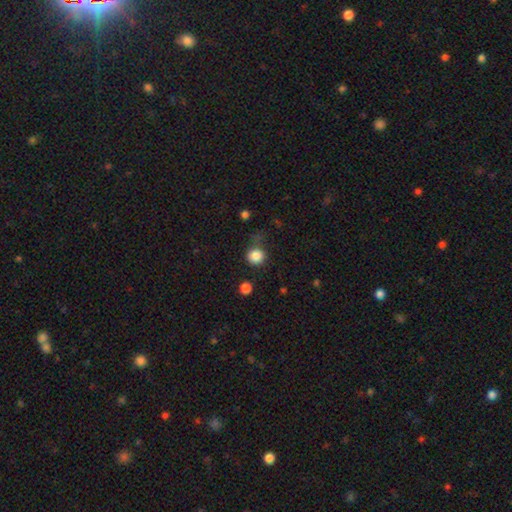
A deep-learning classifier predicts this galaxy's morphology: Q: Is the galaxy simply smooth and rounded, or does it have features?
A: smooth — 85%.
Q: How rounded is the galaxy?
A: round — 90%.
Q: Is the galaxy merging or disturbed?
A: none — 72%.